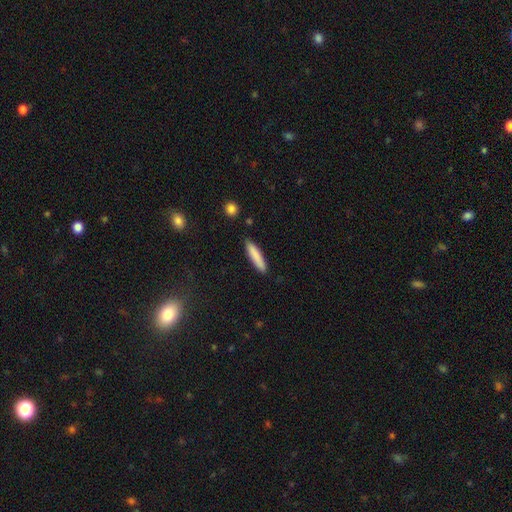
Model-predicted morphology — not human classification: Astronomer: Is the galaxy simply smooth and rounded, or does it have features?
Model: smooth — 84%.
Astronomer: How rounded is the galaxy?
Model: cigar-shaped — 85%.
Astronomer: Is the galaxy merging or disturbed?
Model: none — 88%.